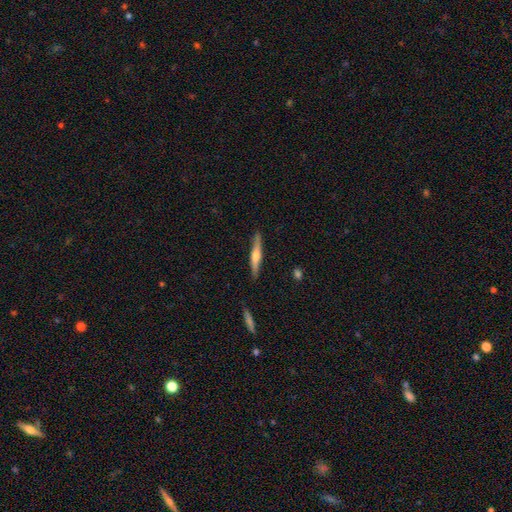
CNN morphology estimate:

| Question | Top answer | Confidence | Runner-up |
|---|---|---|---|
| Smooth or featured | featured or disk | 56% | smooth (38%) |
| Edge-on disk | yes | 96% | no (4%) |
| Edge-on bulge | rounded | 87% | none (7%) |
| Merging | none | 88% | minor disturbance (9%) |